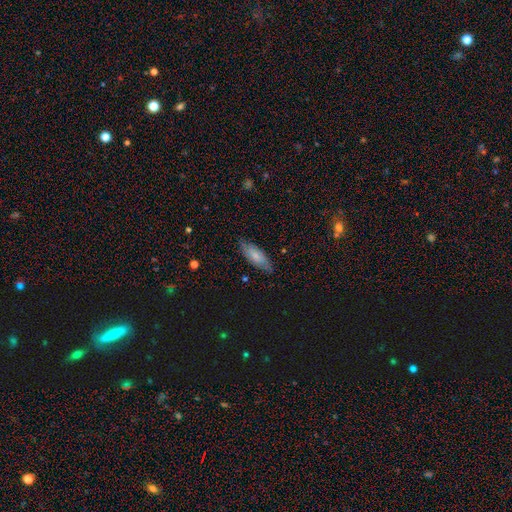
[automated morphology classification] Q: Smooth or featured?
A: smooth (59%); runner-up: featured or disk (34%)
Q: How rounded?
A: in between (75%); runner-up: cigar-shaped (22%)
Q: Merging?
A: none (77%); runner-up: minor disturbance (18%)